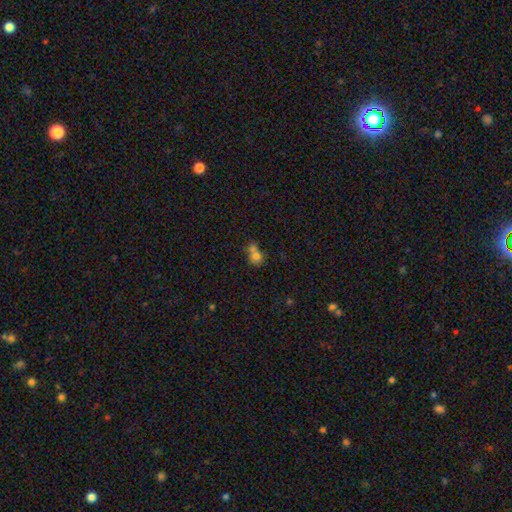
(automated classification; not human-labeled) Morphology: type=smooth (73%); roundness=round (75%); merging=merger (62%).